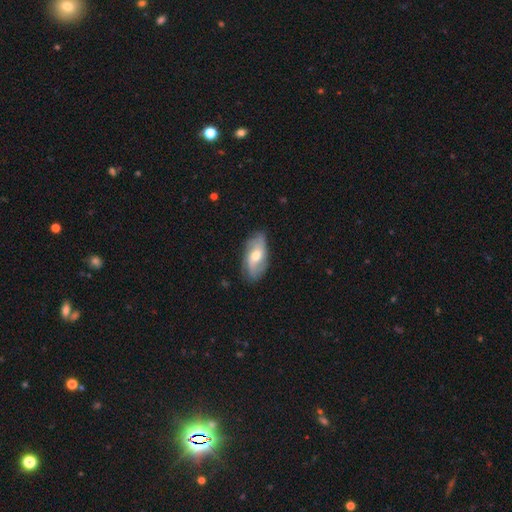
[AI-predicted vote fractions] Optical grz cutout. It shows a featured or disk galaxy (58%) with no bar (52%), spiral arms (83%) and a moderate central bulge (69%). Merging: none (76%).